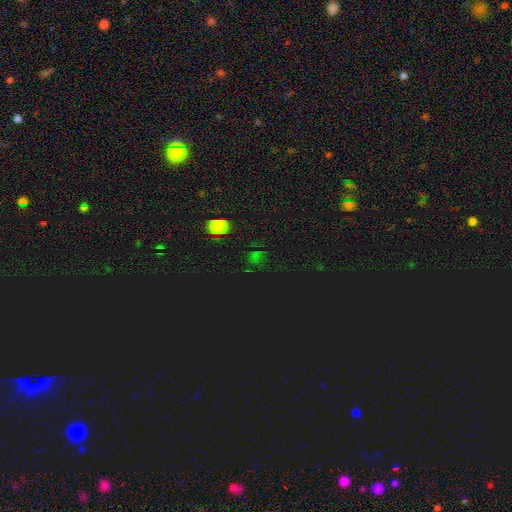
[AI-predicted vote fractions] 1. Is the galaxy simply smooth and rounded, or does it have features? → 66% star or artifact, 28% smooth, 6% featured or disk.